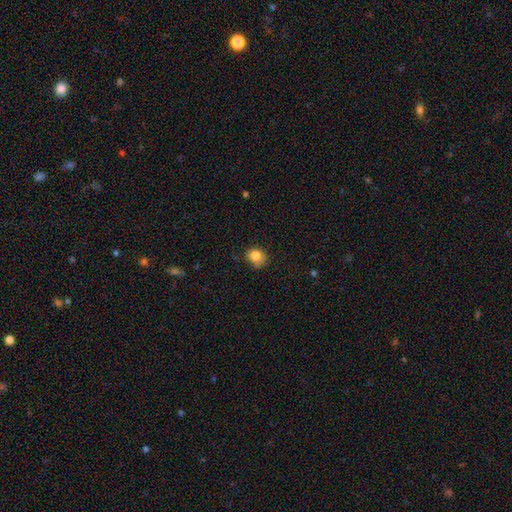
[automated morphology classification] The model was most divided on "how rounded": round: 68%, in between: 31%, cigar-shaped: 1%. More confident: smooth or featured — smooth (82%); merging — none (66%).